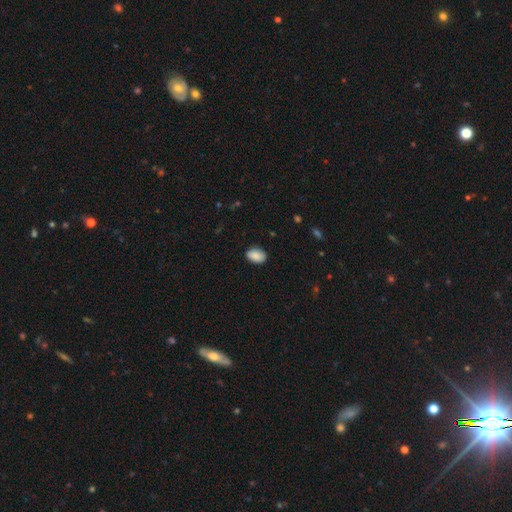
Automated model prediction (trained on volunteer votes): smooth_or_featured: smooth (p=0.89) [alt: star or artifact p=0.07]
how_rounded: in between (p=0.85) [alt: round p=0.14]
merging: none (p=0.87) [alt: minor disturbance p=0.10]